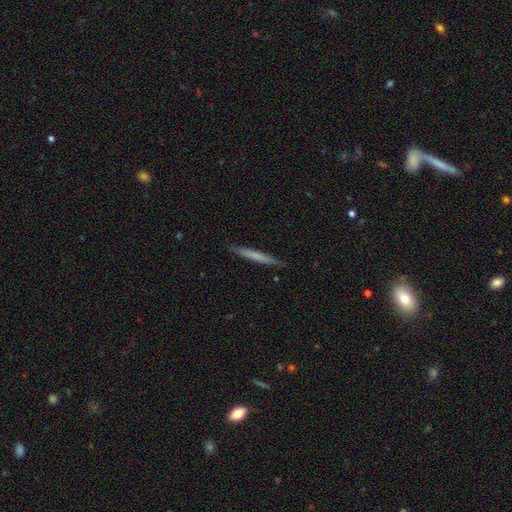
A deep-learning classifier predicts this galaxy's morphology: The model was most divided on "smooth or featured": smooth: 64%, featured or disk: 30%, star or artifact: 5%. More confident: how rounded — cigar-shaped (97%); merging — none (90%).